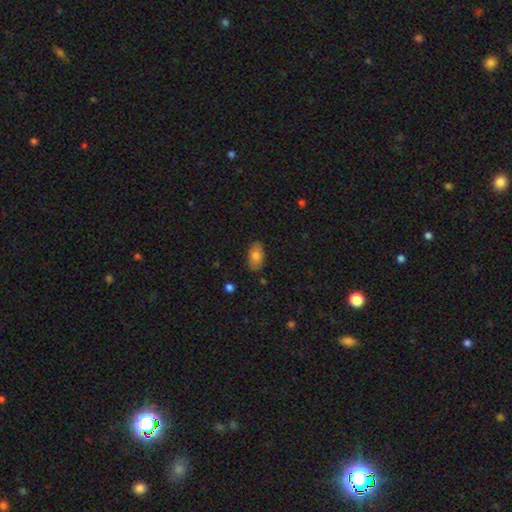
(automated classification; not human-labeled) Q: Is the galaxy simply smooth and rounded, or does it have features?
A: smooth — 80%.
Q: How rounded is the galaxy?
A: in between — 92%.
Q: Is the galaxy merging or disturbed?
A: none — 84%.